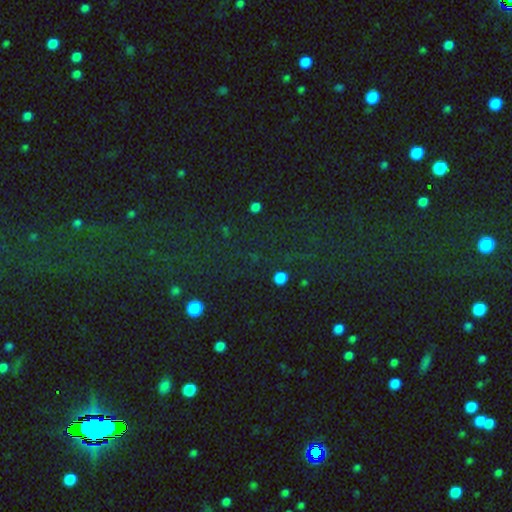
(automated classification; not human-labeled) Smooth or featured?
  - star or artifact: 70% *
  - smooth: 18%
  - featured or disk: 12%